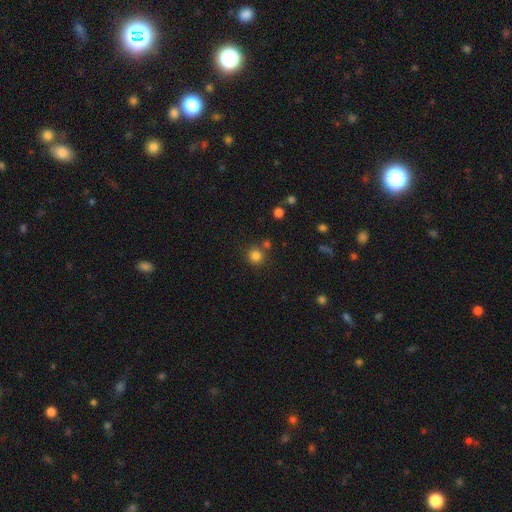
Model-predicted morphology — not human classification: The model was most divided on "merging": none: 76%, merger: 12%, minor disturbance: 8%, major disturbance: 3%. More confident: how rounded — round (93%); smooth or featured — smooth (81%).